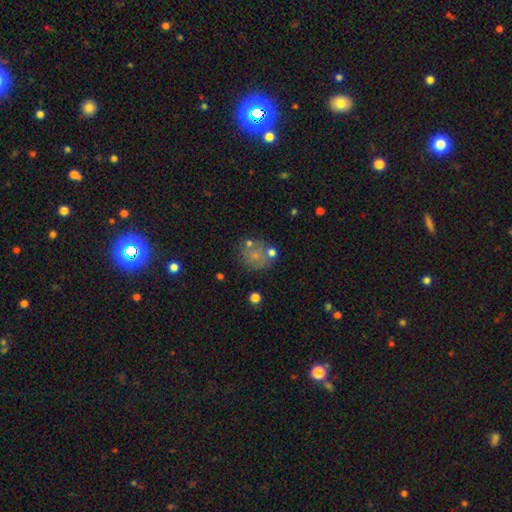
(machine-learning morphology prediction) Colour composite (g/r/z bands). It shows a smooth galaxy with no disk features (61%) that is round (83%). Merging: none (58%).